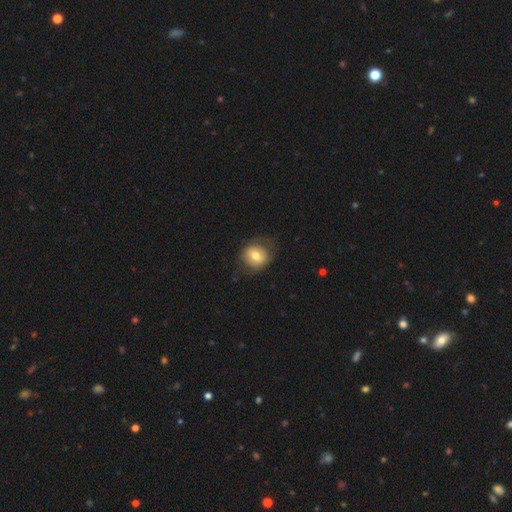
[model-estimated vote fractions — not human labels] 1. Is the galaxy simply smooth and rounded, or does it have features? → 69% smooth, 23% featured or disk, 8% star or artifact.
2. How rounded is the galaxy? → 73% round, 27% in between, 1% cigar-shaped.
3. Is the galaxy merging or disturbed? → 73% none, 17% minor disturbance, 8% major disturbance, 1% merger.